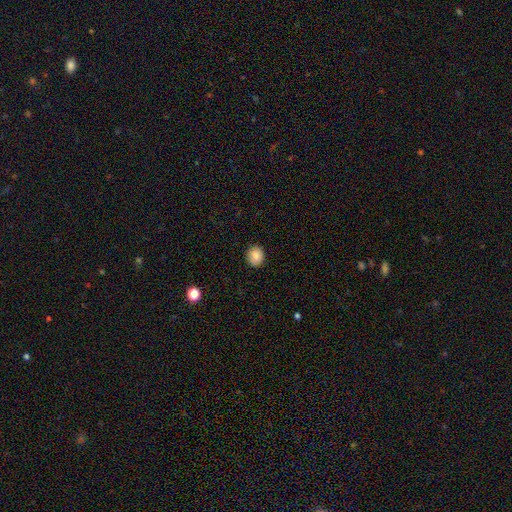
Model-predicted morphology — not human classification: smooth-or-featured: smooth: 85% | star or artifact: 9% | featured or disk: 6%
  how-rounded: round: 74% | in between: 25% | cigar-shaped: 1%
  merging: none: 89% | minor disturbance: 8% | major disturbance: 2% | merger: 1%